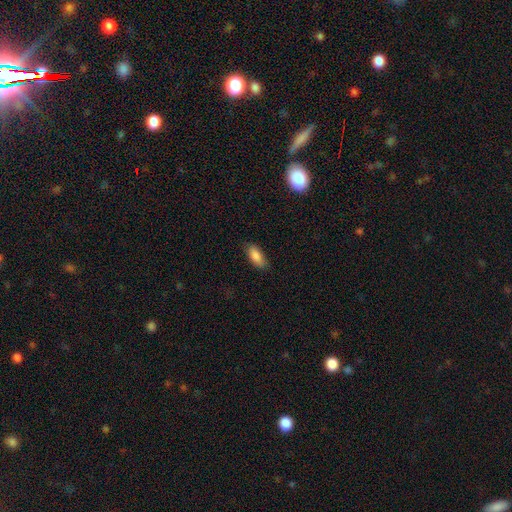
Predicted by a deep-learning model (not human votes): A smooth galaxy with no disk features (85%) that is in between round and cigar-shaped (83%).

Vote fractions:
- Smooth or featured? smooth: 85% / featured or disk: 8% / star or artifact: 7%
- How rounded? in between: 83% / cigar-shaped: 15% / round: 2%
- Merging? none: 82% / minor disturbance: 14% / major disturbance: 3% / merger: 1%